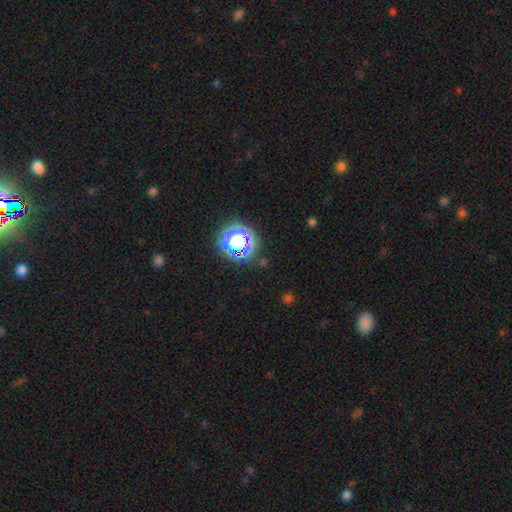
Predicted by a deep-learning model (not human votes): Smooth or featured? Predicted: star or artifact (p=0.76).